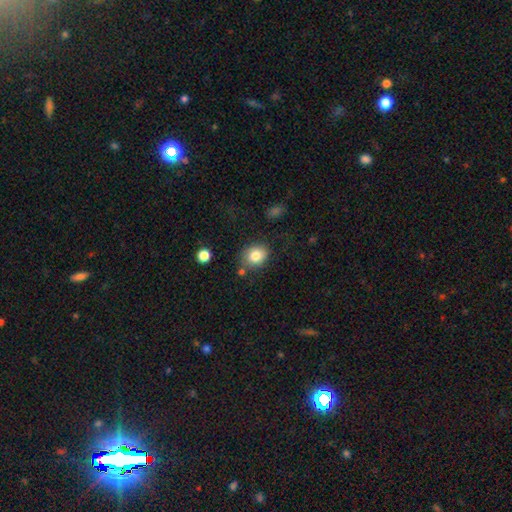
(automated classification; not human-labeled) A smooth galaxy with no disk features (83%) that is round (65%).

Vote fractions:
- Smooth or featured? smooth: 83% / star or artifact: 10% / featured or disk: 8%
- How rounded? round: 65% / in between: 34% / cigar-shaped: 1%
- Merging? none: 75% / minor disturbance: 14% / merger: 6% / major disturbance: 4%